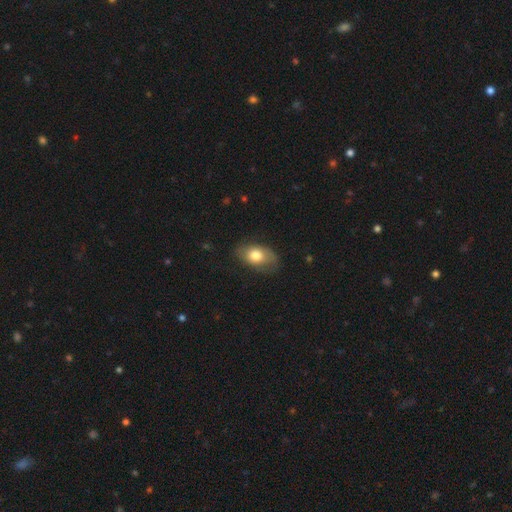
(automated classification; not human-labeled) Morphology: type=smooth (74%); roundness=in between (86%); merging=none (72%).